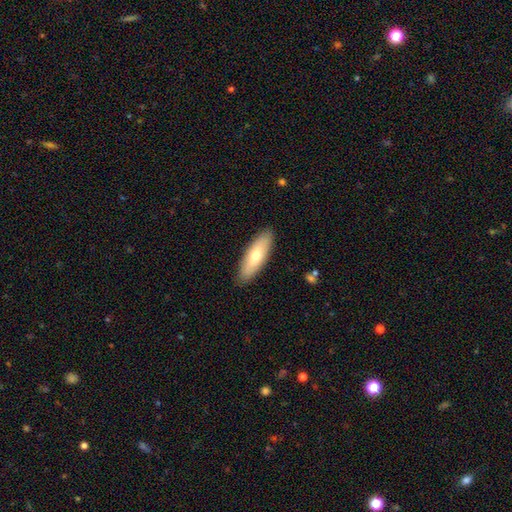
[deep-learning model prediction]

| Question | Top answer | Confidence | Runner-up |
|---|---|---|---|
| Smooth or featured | smooth | 66% | featured or disk (29%) |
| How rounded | in between | 53% | cigar-shaped (45%) |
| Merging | none | 89% | minor disturbance (9%) |